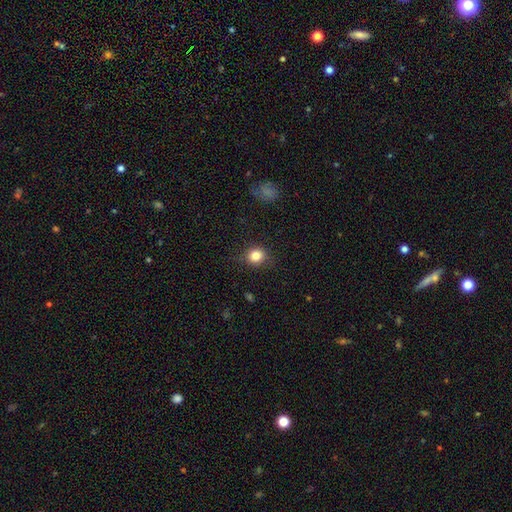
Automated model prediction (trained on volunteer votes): Overall: smooth (83%). How rounded: round (82%). Merging: none (84%).